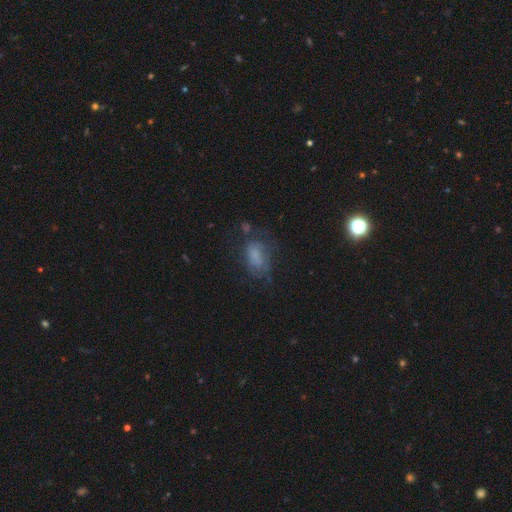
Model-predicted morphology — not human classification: A smooth galaxy with no disk features (53%) that is in between round and cigar-shaped (84%).

Vote fractions:
- Smooth or featured? smooth: 53% / featured or disk: 31% / star or artifact: 16%
- How rounded? in between: 84% / round: 14% / cigar-shaped: 3%
- Merging? none: 46% / minor disturbance: 25% / major disturbance: 25% / merger: 4%